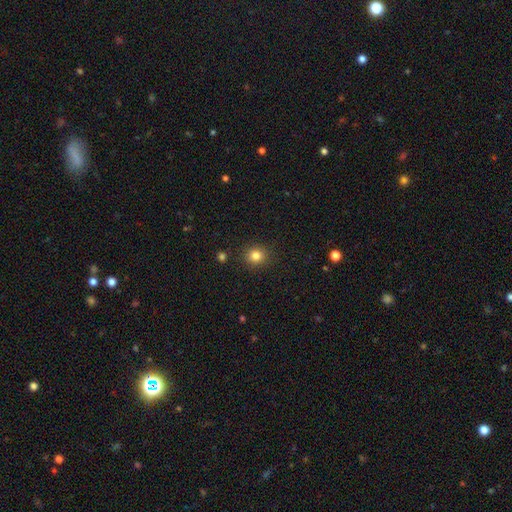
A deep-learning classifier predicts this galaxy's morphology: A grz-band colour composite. It shows a smooth galaxy with no disk features (82%) that is round (87%). Merging: none (89%).